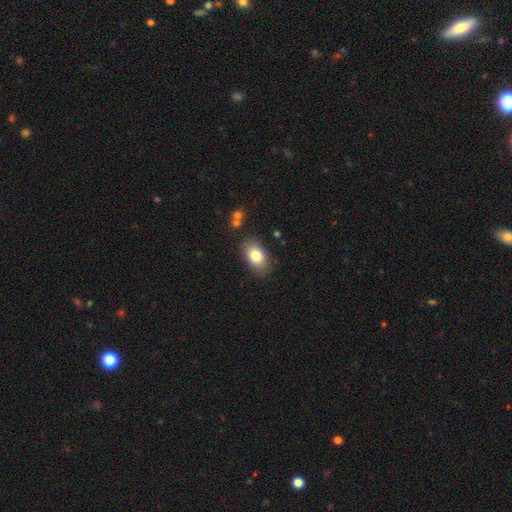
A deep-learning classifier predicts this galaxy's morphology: Smooth or featured?
  - smooth: 80% *
  - featured or disk: 12%
  - star or artifact: 8%
How rounded?
  - in between: 88% *
  - round: 10%
  - cigar-shaped: 2%
Merging?
  - none: 83% *
  - minor disturbance: 12%
  - major disturbance: 3%
  - merger: 2%